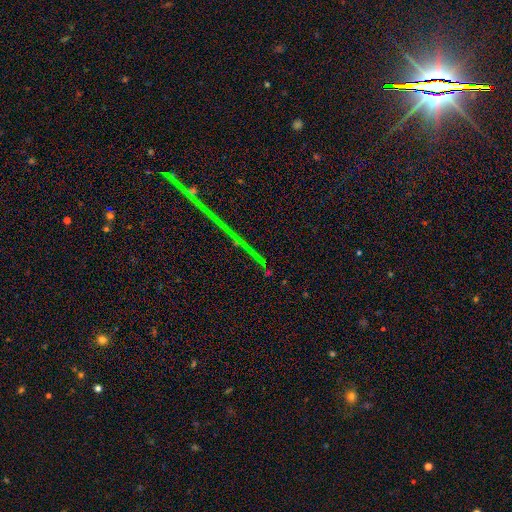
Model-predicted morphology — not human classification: The model was most divided on "smooth or featured": star or artifact: 84%, featured or disk: 10%, smooth: 7%.